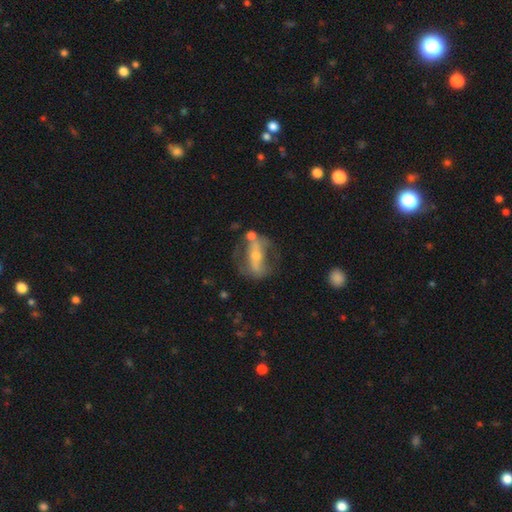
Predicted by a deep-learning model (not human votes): featured or disk 66%, smooth 25%, star or artifact 9%. Down the decision tree: edge-on disk — no (81%); bar — strong (52%); spiral arms — no (52%); bulge size — small (53%); merging — none (50%).